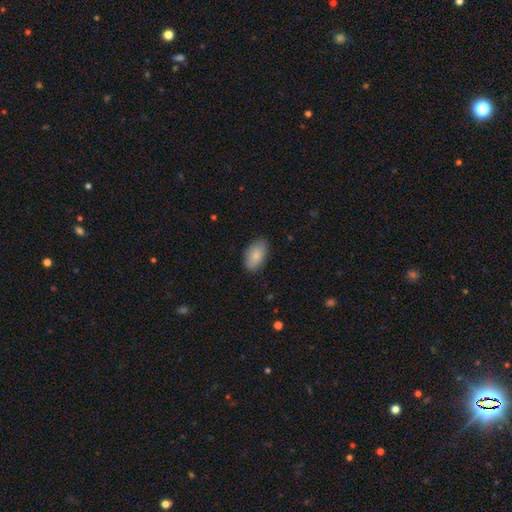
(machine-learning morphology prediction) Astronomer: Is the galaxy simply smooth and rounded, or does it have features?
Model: smooth — 86%.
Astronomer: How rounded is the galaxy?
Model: in between — 93%.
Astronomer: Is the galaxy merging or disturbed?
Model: none — 83%.